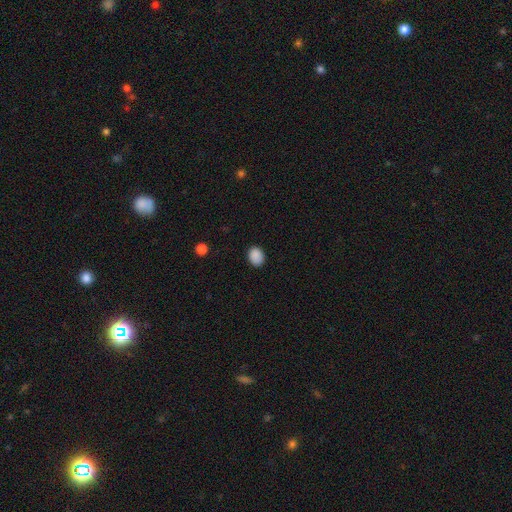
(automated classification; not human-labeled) Overall: smooth (89%). How rounded: in between (60%; round 39%). Merging: none (87%).